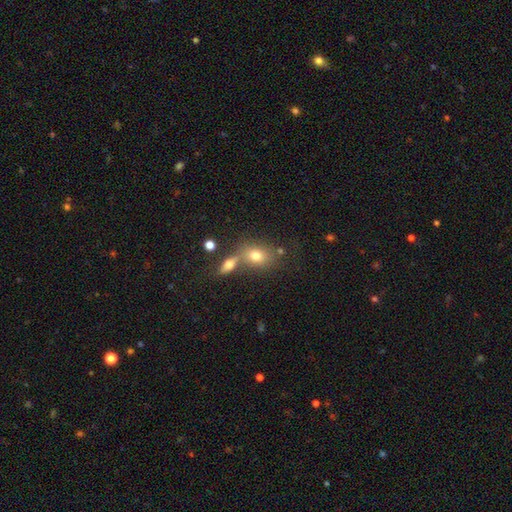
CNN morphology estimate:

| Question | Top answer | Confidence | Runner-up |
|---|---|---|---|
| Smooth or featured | smooth | 74% | featured or disk (15%) |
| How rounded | in between | 62% | round (35%) |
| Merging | none | 49% | merger (35%) |